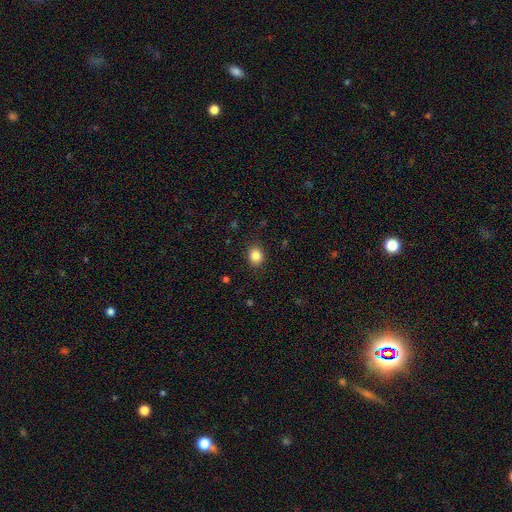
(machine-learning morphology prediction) smooth_or_featured: smooth (p=0.85) [alt: star or artifact p=0.10]
how_rounded: round (p=0.62) [alt: in between p=0.37]
merging: none (p=0.88) [alt: minor disturbance p=0.09]